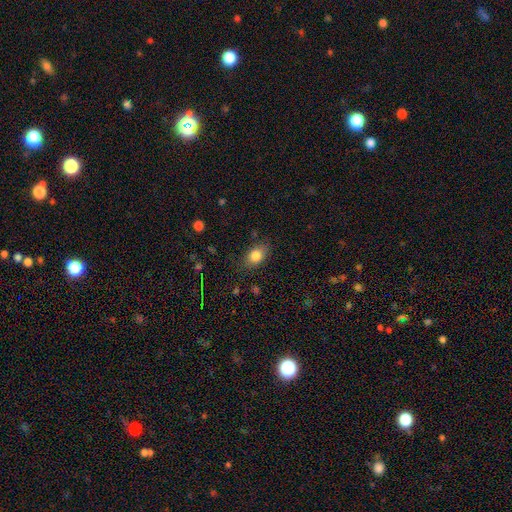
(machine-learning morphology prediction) smooth-or-featured: smooth: 82% | star or artifact: 9% | featured or disk: 8%
  how-rounded: in between: 76% | round: 23% | cigar-shaped: 2%
  merging: none: 79% | minor disturbance: 15% | major disturbance: 4% | merger: 1%